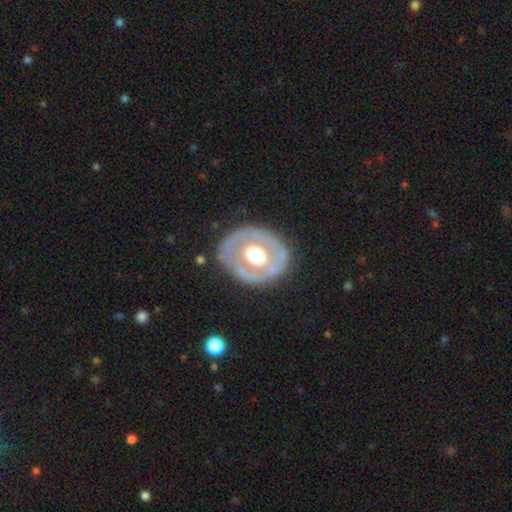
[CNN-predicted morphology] type=featured or disk (64%); edge-on=no (95%); bar=no (84%); spiral arms=no (83%); bulge=moderate (54%); merging=none (74%).